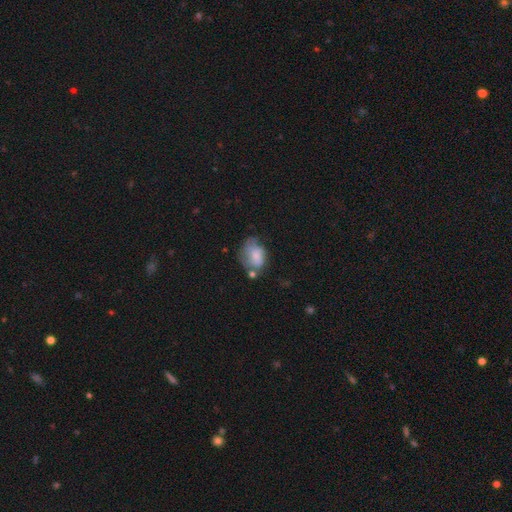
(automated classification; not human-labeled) Morphology: type=smooth (62%); roundness=in between (71%); merging=none (35%).